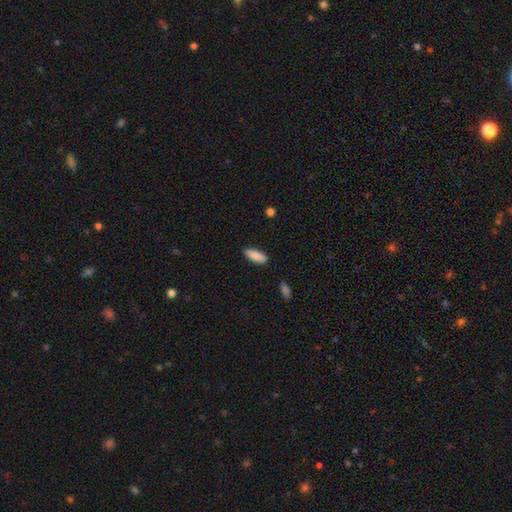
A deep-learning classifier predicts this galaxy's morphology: Overall: smooth (89%). How rounded: in between (72%). Merging: none (87%).